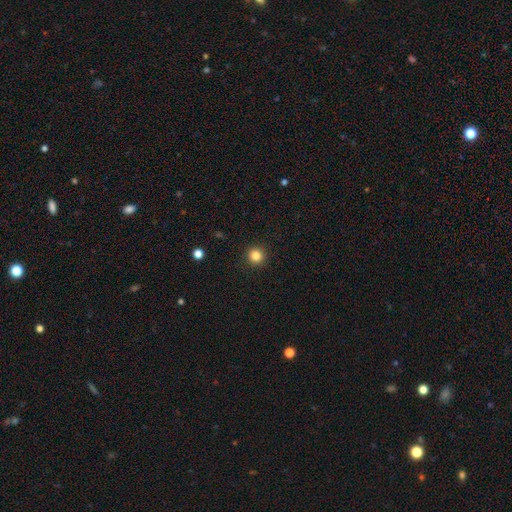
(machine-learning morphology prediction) Smooth or featured?
  - smooth: 84% *
  - star or artifact: 11%
  - featured or disk: 4%
How rounded?
  - round: 95% *
  - in between: 4%
  - cigar-shaped: 1%
Merging?
  - none: 93% *
  - minor disturbance: 4%
  - major disturbance: 2%
  - merger: 1%